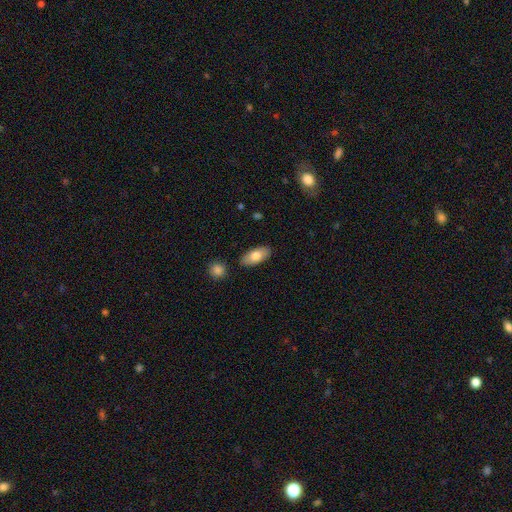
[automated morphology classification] Q: Smooth or featured?
A: smooth (77%); runner-up: featured or disk (17%)
Q: How rounded?
A: in between (90%); runner-up: cigar-shaped (8%)
Q: Merging?
A: none (87%); runner-up: minor disturbance (9%)